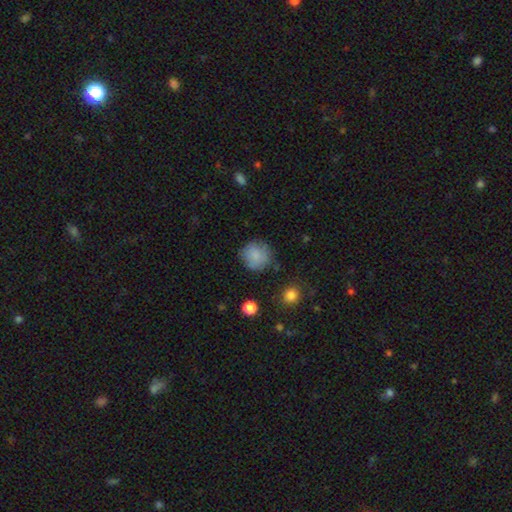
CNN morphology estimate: A smooth galaxy with no disk features (81%) that is round (90%). Merging: none (72%).